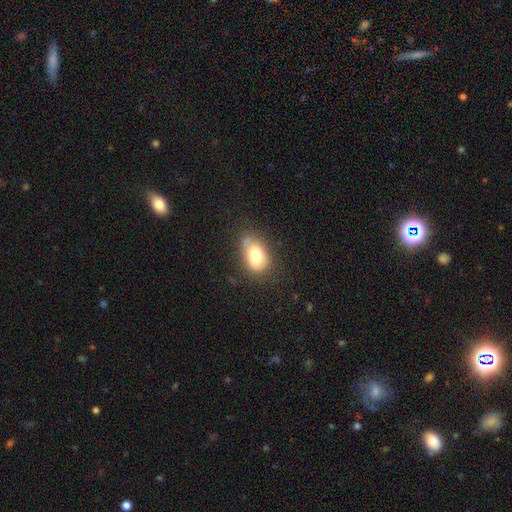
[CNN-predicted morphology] Smooth or featured? smooth (73%)
How rounded? in between (84%)
Merging? none (60%)